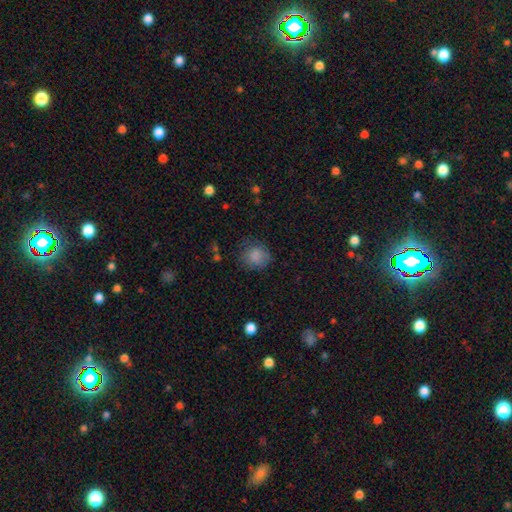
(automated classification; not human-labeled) smooth 83%, star or artifact 10%, featured or disk 7%. Down the decision tree: how rounded — round (81%); merging — none (71%).